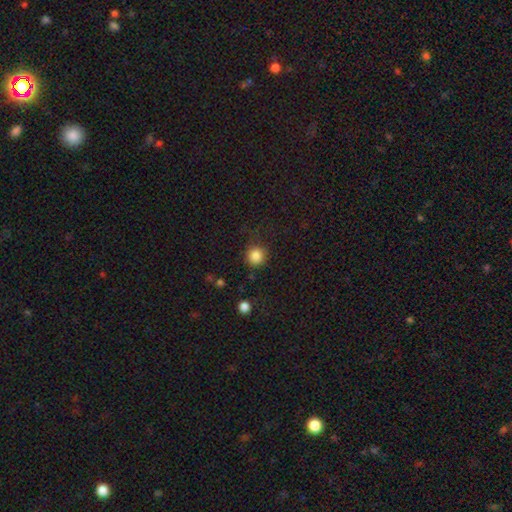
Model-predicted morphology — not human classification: smooth-or-featured: smooth: 85% | star or artifact: 11% | featured or disk: 4%
  how-rounded: round: 93% | in between: 6% | cigar-shaped: 1%
  merging: none: 83% | minor disturbance: 11% | major disturbance: 4% | merger: 2%